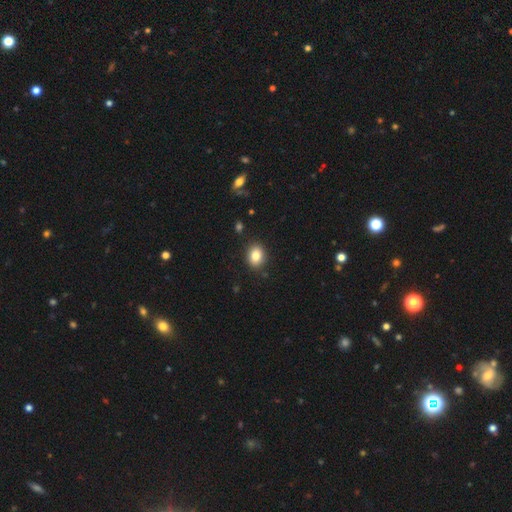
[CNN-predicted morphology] smooth 83%, star or artifact 10%, featured or disk 7%. Down the decision tree: how rounded — in between (55%); merging — none (88%).